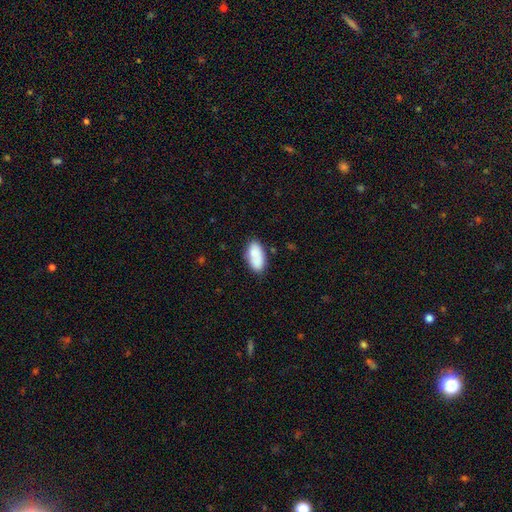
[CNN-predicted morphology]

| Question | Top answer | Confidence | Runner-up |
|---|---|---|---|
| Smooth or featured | smooth | 77% | featured or disk (17%) |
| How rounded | in between | 93% | cigar-shaped (4%) |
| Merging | none | 67% | minor disturbance (18%) |